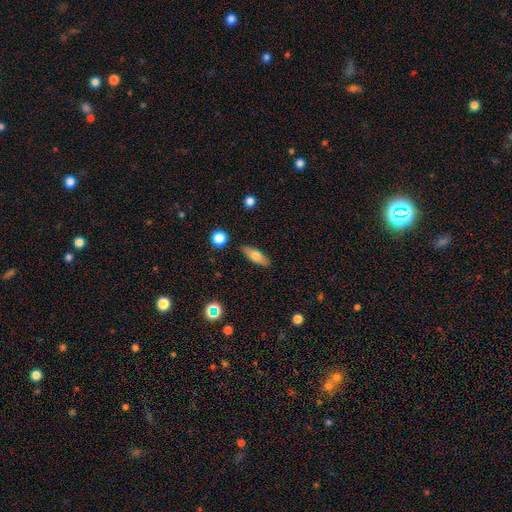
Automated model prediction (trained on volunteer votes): Smooth or featured: smooth — 66% (featured or disk — 26%)
How rounded: in between — 64% (cigar-shaped — 32%)
Merging: none — 86% (minor disturbance — 10%)